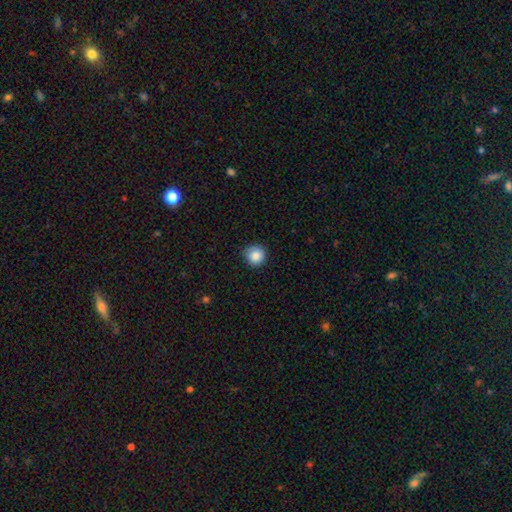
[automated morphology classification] This appears to be a smooth galaxy with no disk features (86%) that is round (94%). Merging: none (86%).